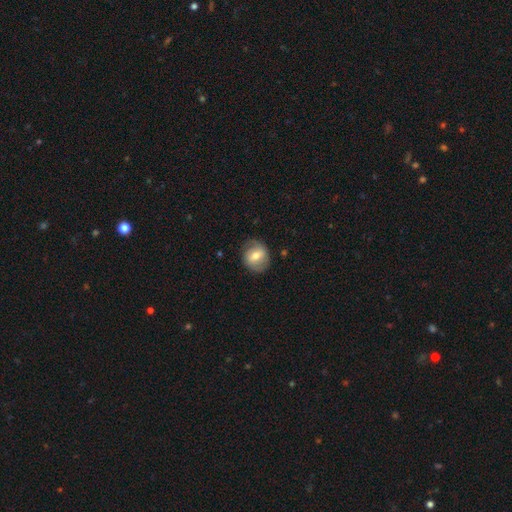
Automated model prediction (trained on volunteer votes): This is possibly a smooth galaxy (50%). Merging: likely none (75%).